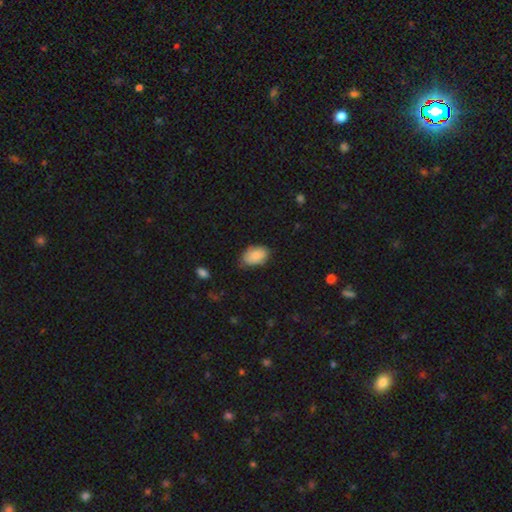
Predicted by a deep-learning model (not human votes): This is clearly a smooth galaxy (86%). How rounded: clearly in between (90%). Merging: likely none (67%).